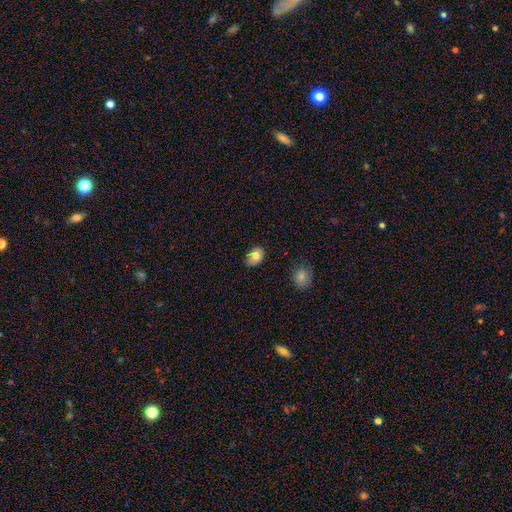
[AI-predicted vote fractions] Overall: smooth (77%). How rounded: in between (75%). Merging: none (85%).